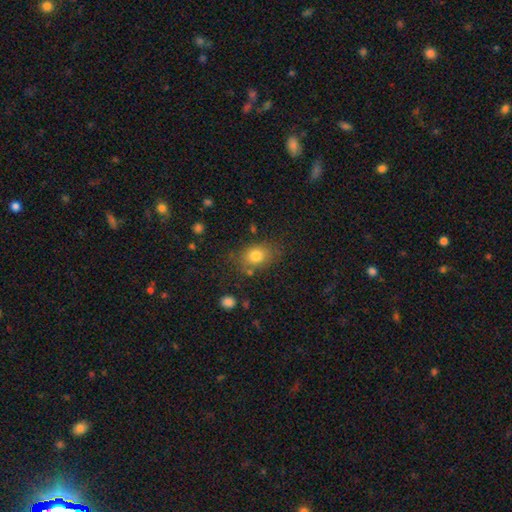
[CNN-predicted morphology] This appears to be a smooth galaxy with no disk features (79%) that is in between round and cigar-shaped (63%). Merging: none (71%).